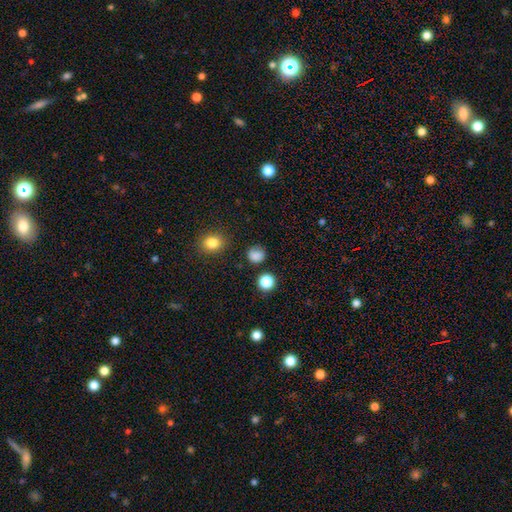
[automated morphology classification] Smooth or featured? Predicted: smooth (p=0.82). How rounded? Predicted: round (p=0.81). Merging? Predicted: none (p=0.79).